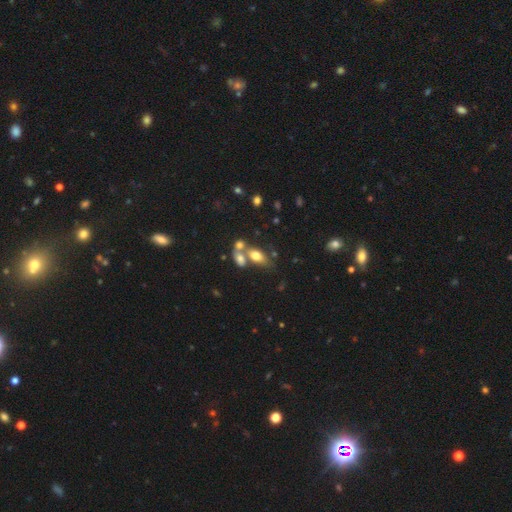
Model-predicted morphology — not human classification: type=smooth (69%); roundness=in between (82%); merging=merger (47%).